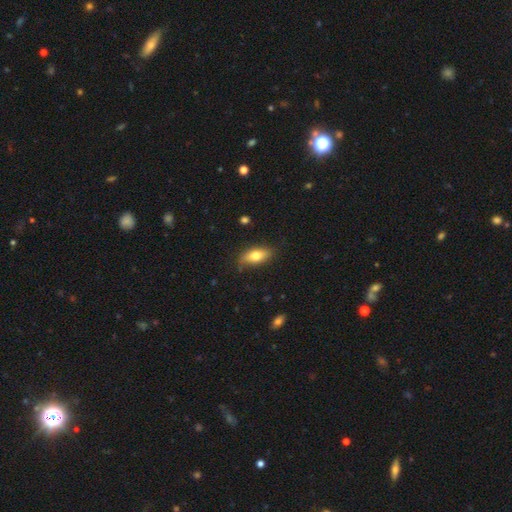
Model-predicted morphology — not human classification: A smooth galaxy with no disk features (74%) that is in between round and cigar-shaped (82%). Merging: none (81%).